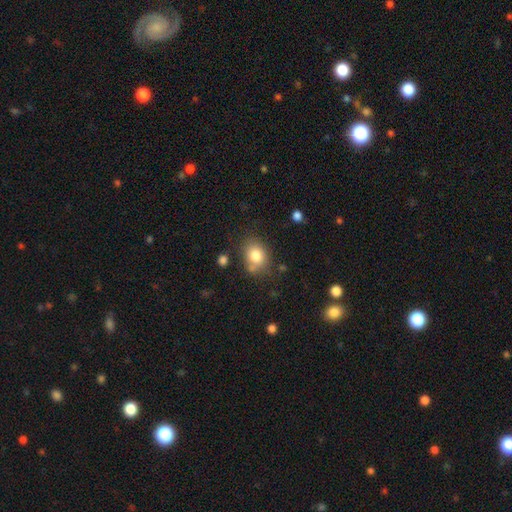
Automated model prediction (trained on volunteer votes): This appears to be a smooth galaxy with no disk features (81%) that is in between round and cigar-shaped (50%). Merging: none (69%).